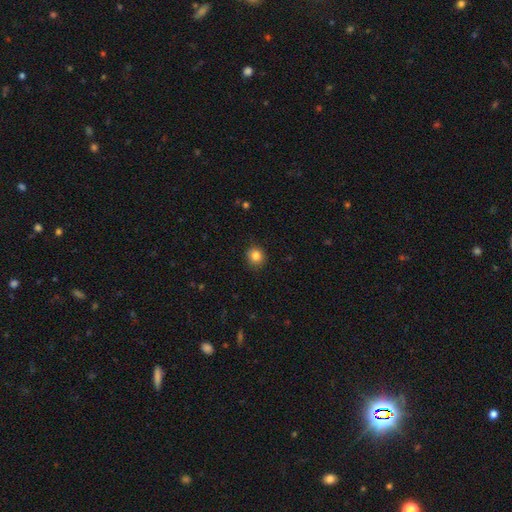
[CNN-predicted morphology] The model was most divided on "smooth or featured": smooth: 84%, star or artifact: 11%, featured or disk: 5%. More confident: merging — none (90%); how rounded — round (88%).